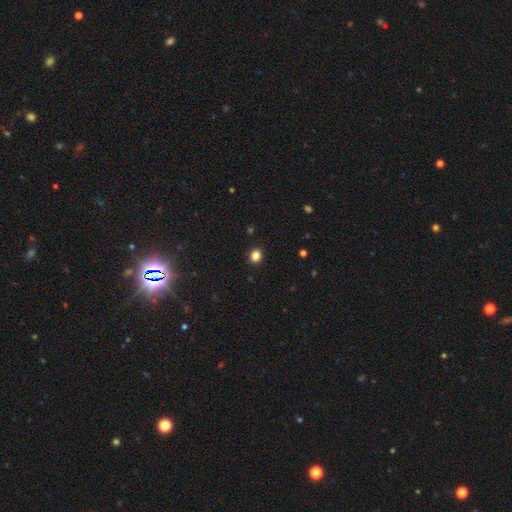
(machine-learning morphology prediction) This is clearly a smooth galaxy (84%). How rounded: likely round (69%). Merging: clearly none (91%).